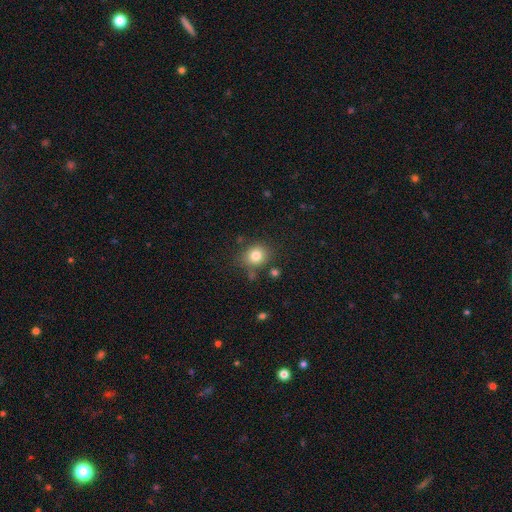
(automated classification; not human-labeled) Smooth or featured? Predicted: smooth (p=0.80). How rounded? Predicted: round (p=0.72). Merging? Predicted: none (p=0.76).